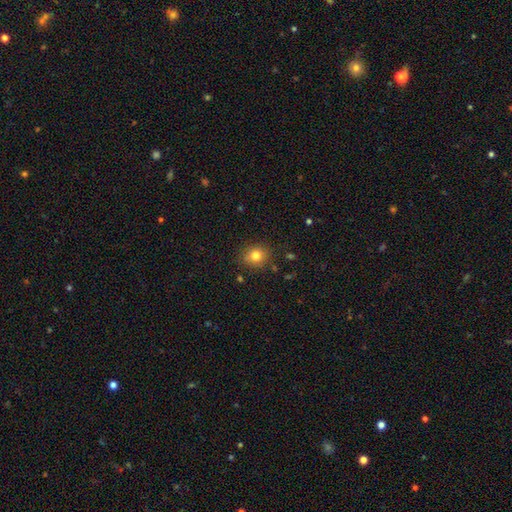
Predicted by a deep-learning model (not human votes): The model was most divided on "how rounded": round: 72%, in between: 27%, cigar-shaped: 1%. More confident: merging — none (85%); smooth or featured — smooth (81%).